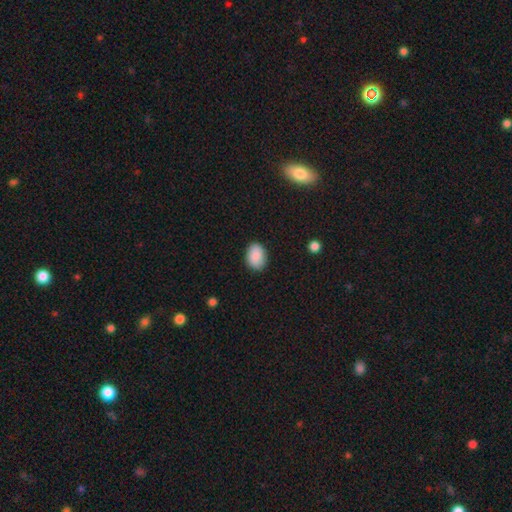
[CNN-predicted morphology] This appears to be a smooth galaxy with no disk features (90%) that is in between round and cigar-shaped (78%). Merging: none (86%).